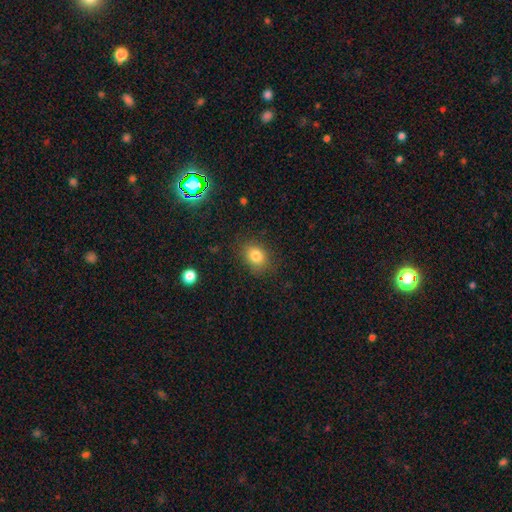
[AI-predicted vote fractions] Morphology: type=smooth (82%); roundness=in between (52%); merging=none (82%).